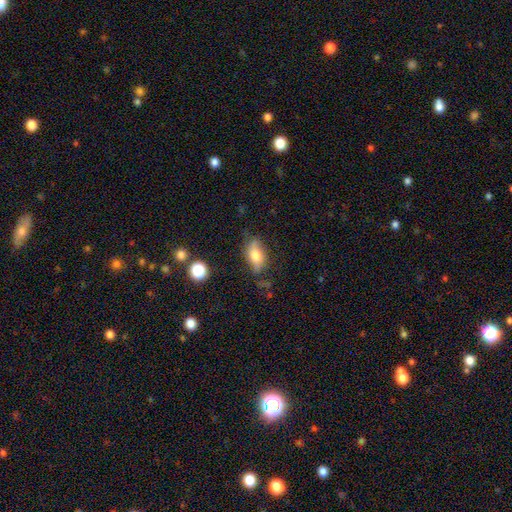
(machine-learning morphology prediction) This appears to be a smooth galaxy with no disk features (61%) that is in between round and cigar-shaped (83%). Merging: none (67%).